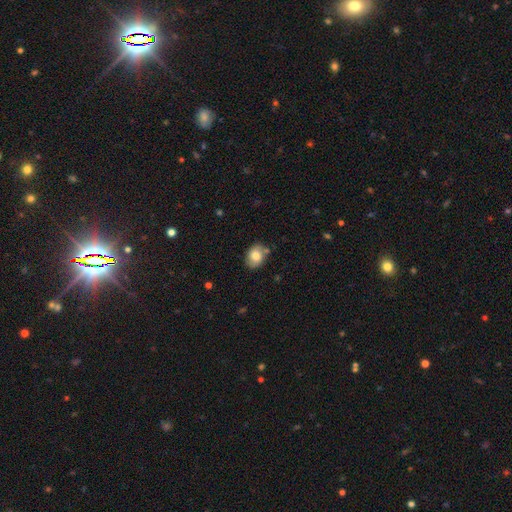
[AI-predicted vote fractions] Overall: smooth (76%). How rounded: in between (64%; round 35%). Merging: none (74%).